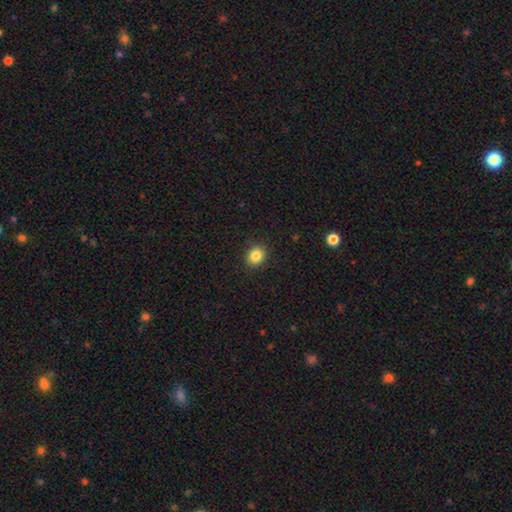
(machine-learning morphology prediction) Smooth or featured?
  - smooth: 85% *
  - star or artifact: 10%
  - featured or disk: 5%
How rounded?
  - round: 66% *
  - in between: 33%
  - cigar-shaped: 1%
Merging?
  - none: 90% *
  - minor disturbance: 7%
  - major disturbance: 2%
  - merger: 1%